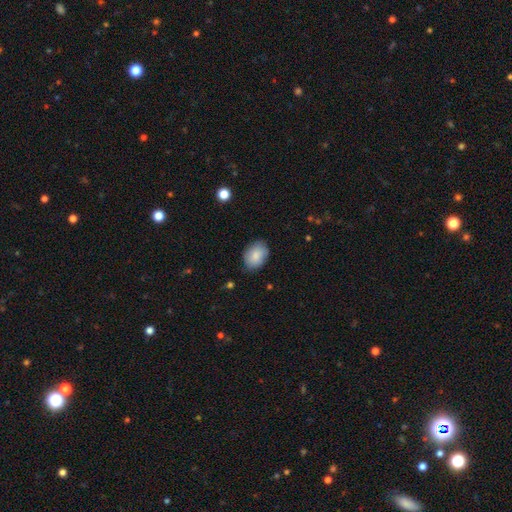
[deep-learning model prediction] Morphology: type=smooth (85%); roundness=in between (73%); merging=none (81%).